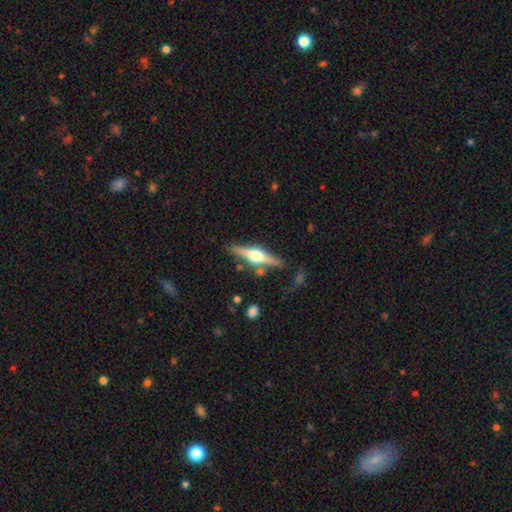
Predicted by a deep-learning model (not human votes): Smooth or featured: featured or disk — 70% (smooth — 24%)
Edge-on disk: yes — 96% (no — 4%)
Edge-on bulge: rounded — 94% (boxy — 4%)
Merging: none — 80% (minor disturbance — 12%)